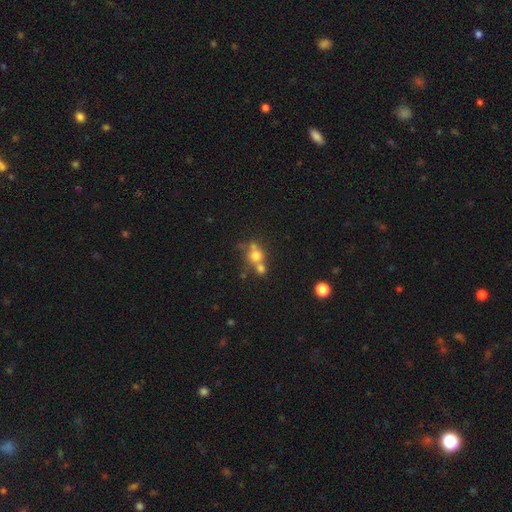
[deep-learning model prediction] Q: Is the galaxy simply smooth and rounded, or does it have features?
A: smooth — 68%.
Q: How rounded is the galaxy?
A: round — 80%.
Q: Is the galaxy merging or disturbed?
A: merger — 49%.